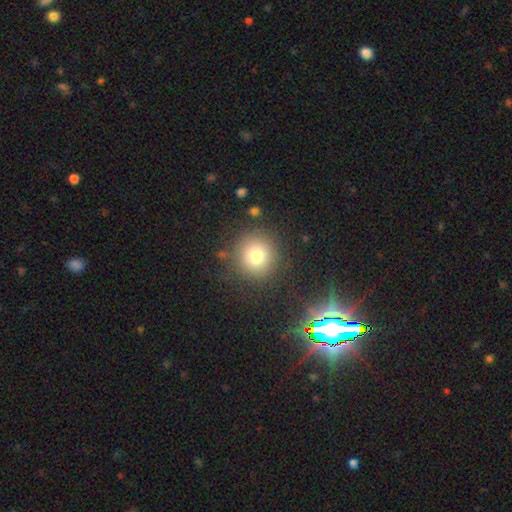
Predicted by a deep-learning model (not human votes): A smooth galaxy with no disk features (77%) that is round (93%).

Vote fractions:
- Smooth or featured? smooth: 77% / star or artifact: 14% / featured or disk: 10%
- How rounded? round: 93% / in between: 6% / cigar-shaped: 1%
- Merging? none: 85% / minor disturbance: 8% / major disturbance: 4% / merger: 3%